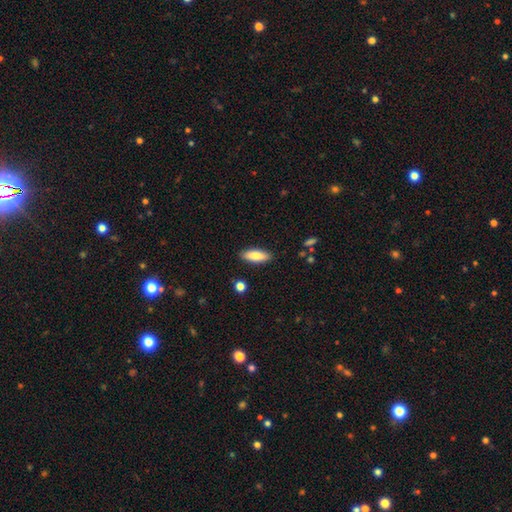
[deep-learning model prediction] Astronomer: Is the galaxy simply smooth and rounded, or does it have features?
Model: smooth — 80%.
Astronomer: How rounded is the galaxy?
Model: in between — 65%.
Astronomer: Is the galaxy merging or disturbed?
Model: none — 88%.